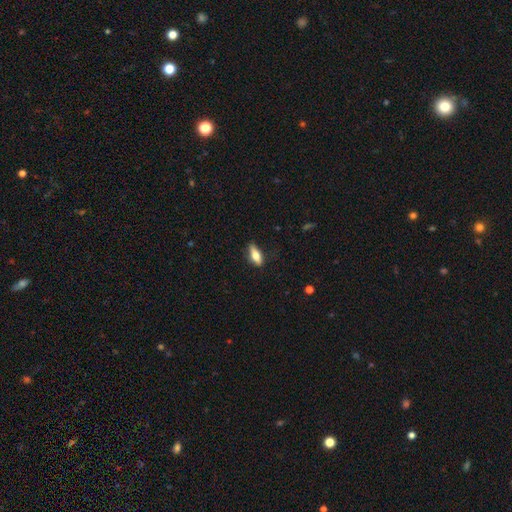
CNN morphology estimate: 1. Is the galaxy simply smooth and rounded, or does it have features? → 65% smooth, 28% featured or disk, 6% star or artifact.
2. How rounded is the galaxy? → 67% in between, 30% cigar-shaped, 3% round.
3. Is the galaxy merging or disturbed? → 78% none, 17% minor disturbance, 4% major disturbance, 1% merger.